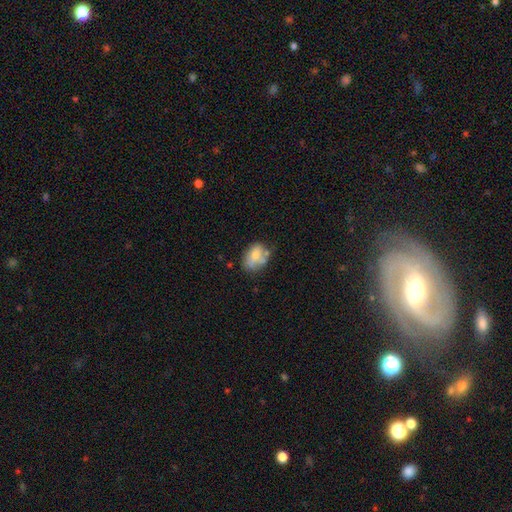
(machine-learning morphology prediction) smooth-or-featured: smooth: 65% | featured or disk: 26% | star or artifact: 9%
  how-rounded: in between: 79% | round: 19% | cigar-shaped: 2%
  merging: none: 48% | minor disturbance: 27% | merger: 15% | major disturbance: 10%